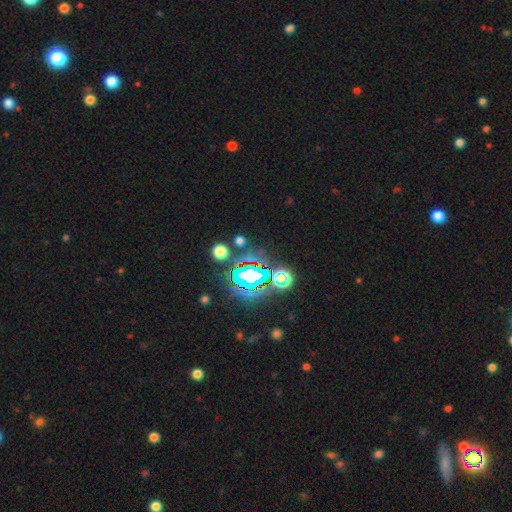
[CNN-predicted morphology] Smooth or featured?
  - star or artifact: 79% *
  - smooth: 13%
  - featured or disk: 8%